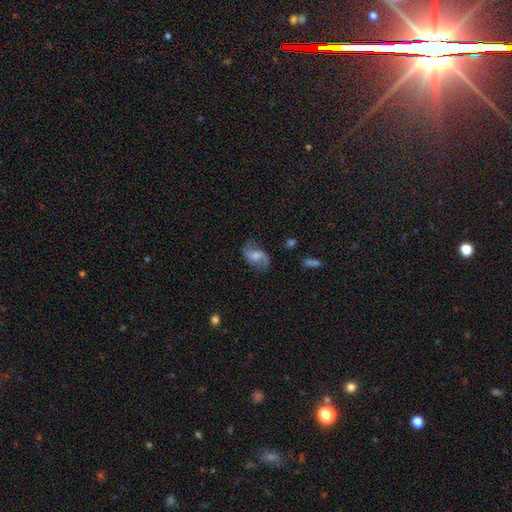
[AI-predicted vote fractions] Smooth or featured? Predicted: featured or disk (p=0.73). Edge-on disk? Predicted: no (p=0.97). Bar? Predicted: weak (p=0.45). Spiral arms? Predicted: yes (p=0.94). Spiral winding? Predicted: loose (p=0.67). Spiral arm count? Predicted: 2 (p=0.92). Bulge size? Predicted: moderate (p=0.39). Merging? Predicted: none (p=0.74).